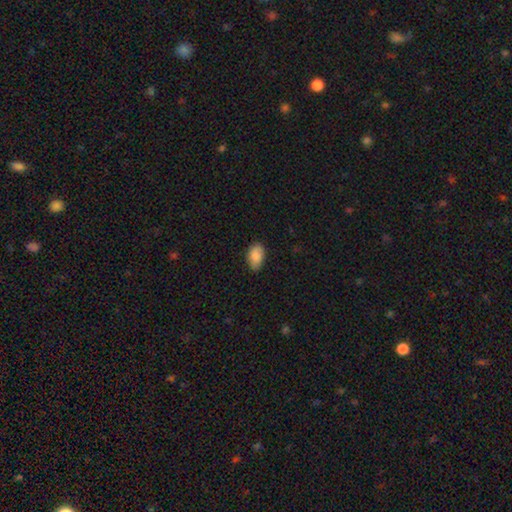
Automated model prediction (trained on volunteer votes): Smooth or featured? Predicted: smooth (p=0.86). How rounded? Predicted: in between (p=0.92). Merging? Predicted: none (p=0.79).